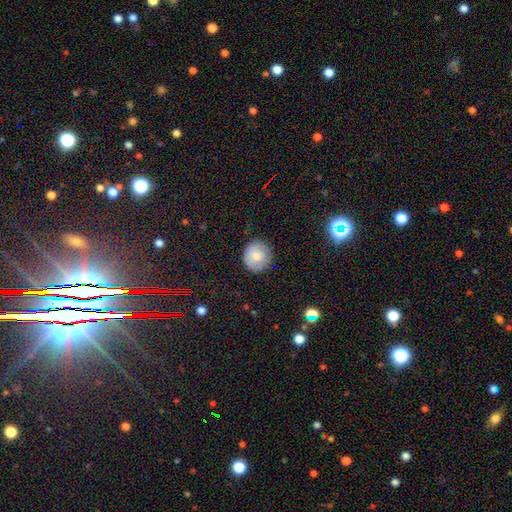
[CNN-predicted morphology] A smooth galaxy with no disk features (77%) that is round (88%).

Vote fractions:
- Smooth or featured? smooth: 77% / featured or disk: 15% / star or artifact: 8%
- How rounded? round: 88% / in between: 11% / cigar-shaped: 1%
- Merging? none: 84% / minor disturbance: 12% / major disturbance: 3% / merger: 1%